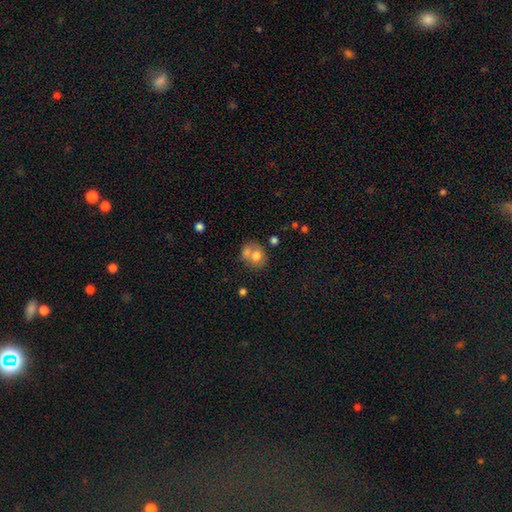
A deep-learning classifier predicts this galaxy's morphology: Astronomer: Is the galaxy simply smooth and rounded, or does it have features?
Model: smooth — 69%.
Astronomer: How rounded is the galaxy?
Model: round — 63%.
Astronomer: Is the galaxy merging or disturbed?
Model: merger — 45% (runner-up: none, 36%).